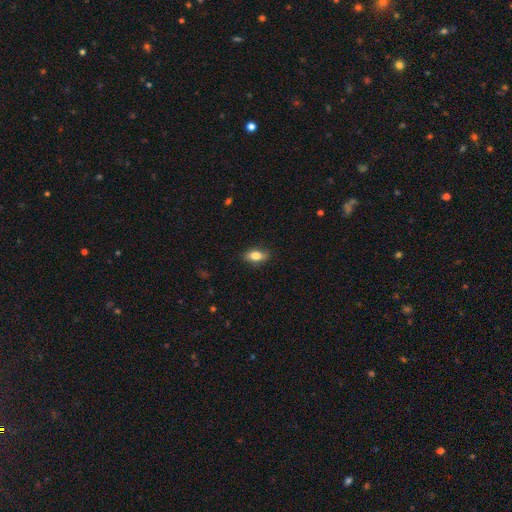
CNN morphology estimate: A smooth galaxy with no disk features (78%) that is in between round and cigar-shaped (85%). Merging: none (85%).